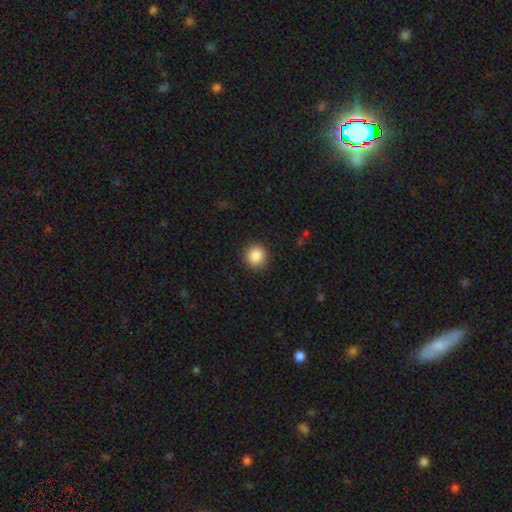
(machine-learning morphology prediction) smooth_or_featured: smooth (p=0.88) [alt: star or artifact p=0.09]
how_rounded: round (p=0.93) [alt: in between p=0.06]
merging: none (p=0.91) [alt: minor disturbance p=0.06]